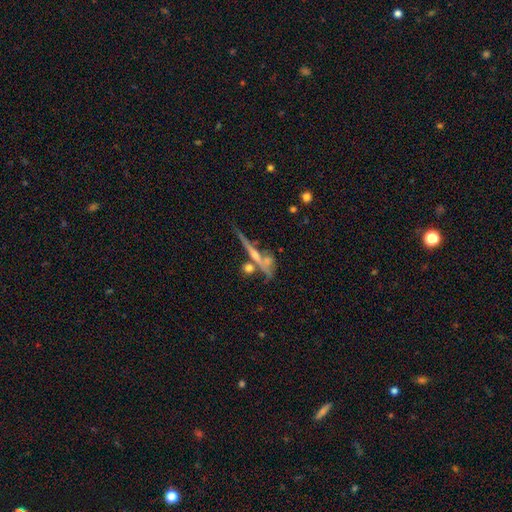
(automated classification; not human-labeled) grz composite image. It shows a featured or disk galaxy (62%) viewed edge-on (81%). Merging: none (44%).